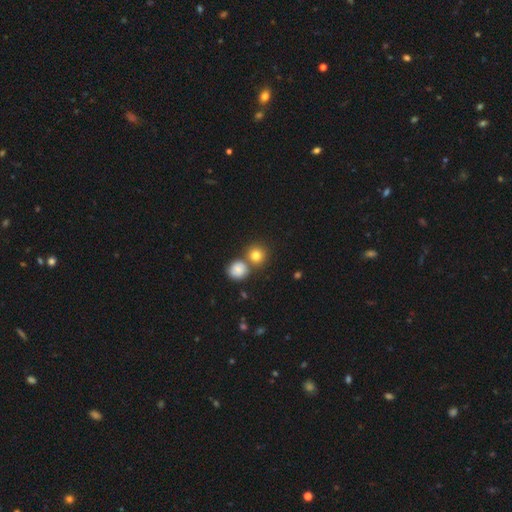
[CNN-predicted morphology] Smooth or featured? smooth (82%)
How rounded? round (89%)
Merging? none (63%)